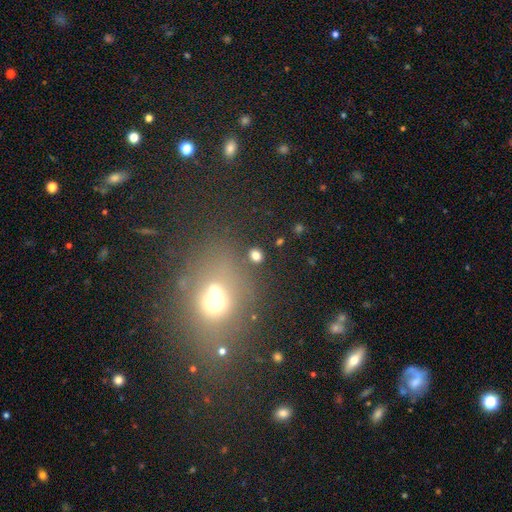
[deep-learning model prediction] Q: Smooth or featured?
A: smooth (74%); runner-up: star or artifact (18%)
Q: How rounded?
A: round (64%); runner-up: in between (34%)
Q: Merging?
A: none (78%); runner-up: merger (10%)